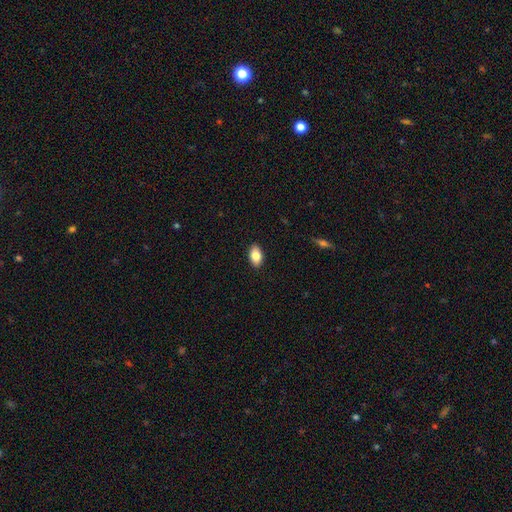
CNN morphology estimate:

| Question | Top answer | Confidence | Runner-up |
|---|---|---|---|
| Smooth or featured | smooth | 83% | featured or disk (9%) |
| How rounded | in between | 91% | round (7%) |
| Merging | none | 90% | minor disturbance (8%) |